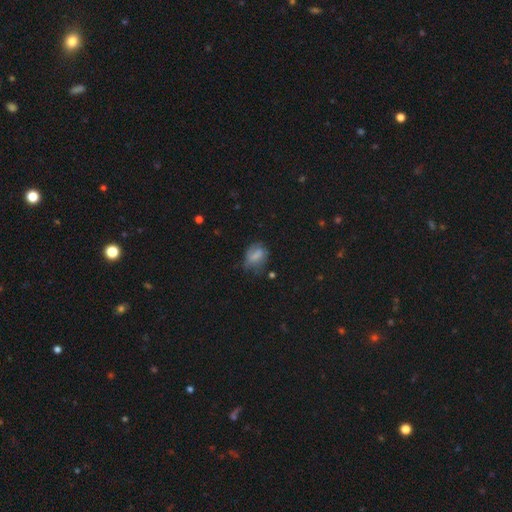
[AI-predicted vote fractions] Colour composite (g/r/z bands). It shows a smooth galaxy with no disk features (64%) that is in between round and cigar-shaped (63%). Merging: none (46%).